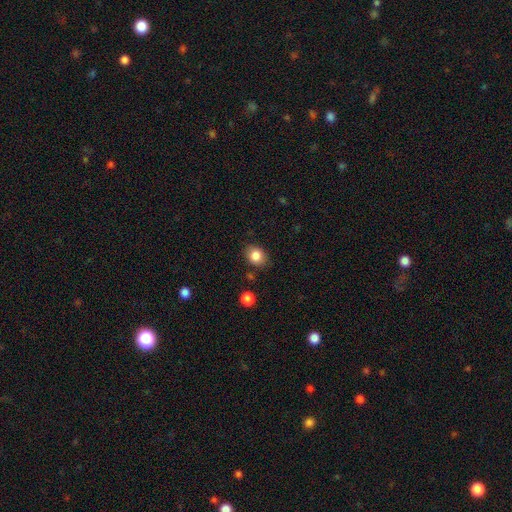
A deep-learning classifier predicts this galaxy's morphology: This appears to be a smooth galaxy with no disk features (84%) that is round (50%). Merging: none (82%).